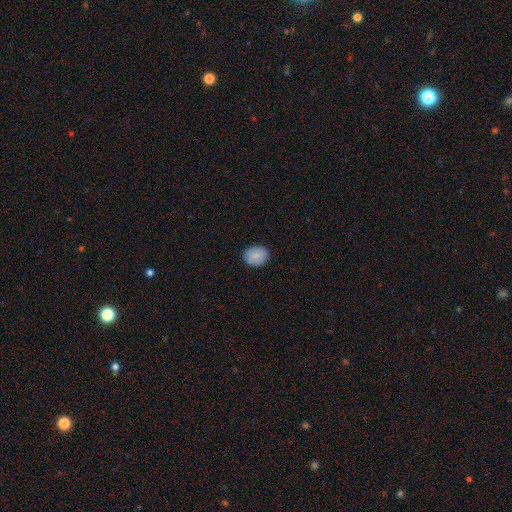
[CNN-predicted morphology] smooth-or-featured: smooth: 85% | featured or disk: 8% | star or artifact: 7%
  how-rounded: round: 51% | in between: 48% | cigar-shaped: 1%
  merging: none: 87% | minor disturbance: 10% | major disturbance: 2% | merger: 1%